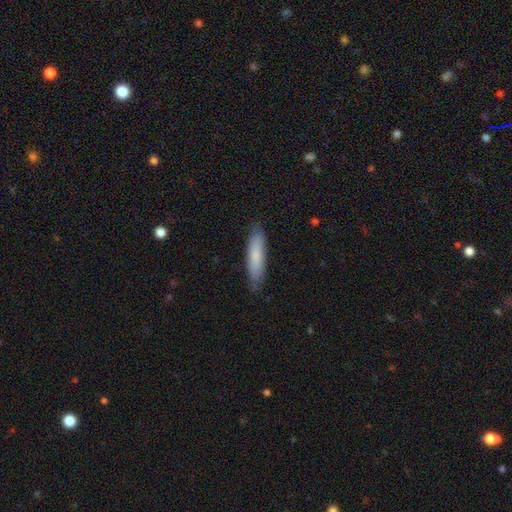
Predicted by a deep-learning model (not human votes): Smooth or featured? smooth (76%)
How rounded? cigar-shaped (77%)
Merging? none (84%)